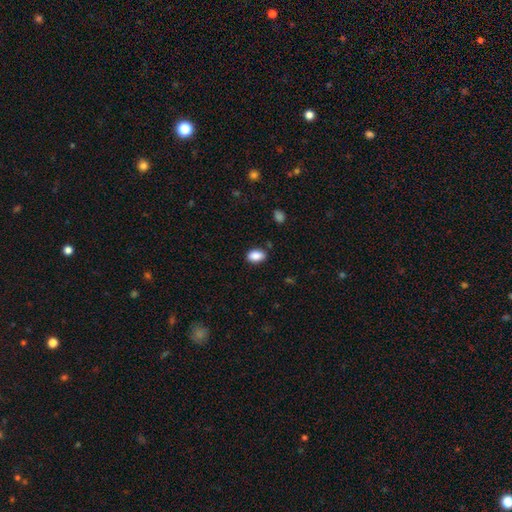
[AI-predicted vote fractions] A smooth galaxy with no disk features (88%) that is in between round and cigar-shaped (90%).

Vote fractions:
- Smooth or featured? smooth: 88% / star or artifact: 8% / featured or disk: 4%
- How rounded? in between: 90% / round: 8% / cigar-shaped: 2%
- Merging? none: 83% / minor disturbance: 12% / major disturbance: 3% / merger: 2%